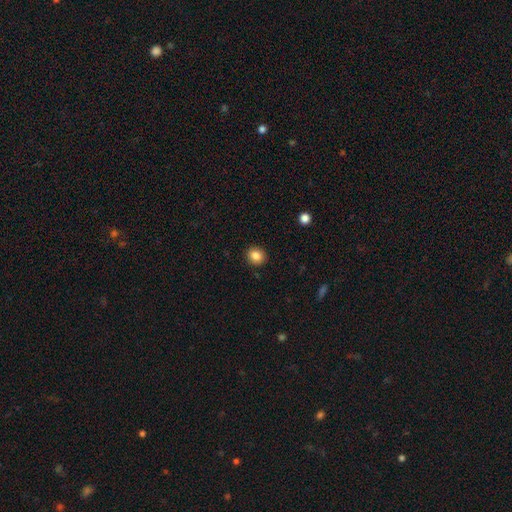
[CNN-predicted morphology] This appears to be a smooth galaxy with no disk features (85%) that is round (80%). Merging: none (91%).